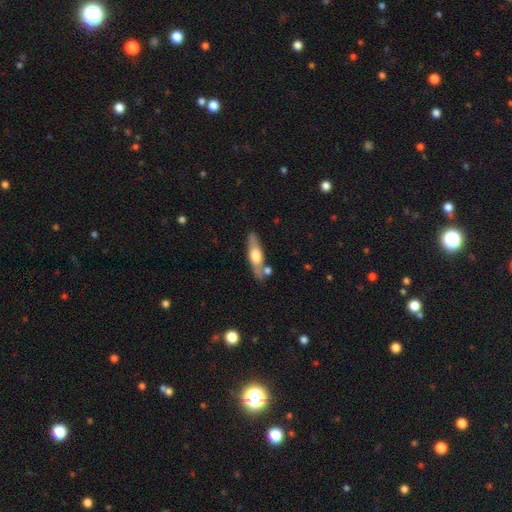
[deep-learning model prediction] This is possibly a featured or disk galaxy (50%). It is clearly viewed edge-on (81%). Merging: likely none (72%).